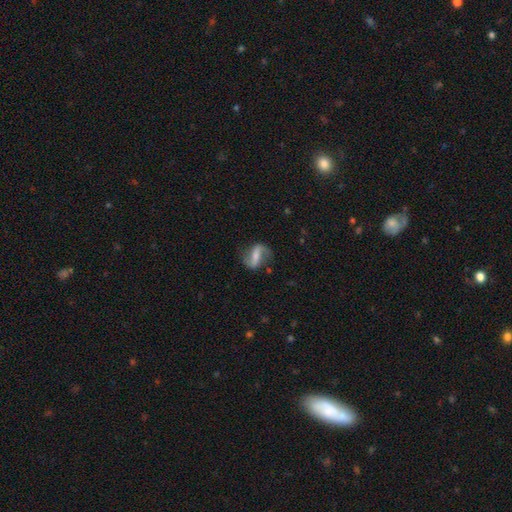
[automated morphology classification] smooth-or-featured: featured or disk: 75% | smooth: 18% | star or artifact: 7%
  disk-edge-on: no: 95% | yes: 5%
    bar: strong: 52% | weak: 32% | no: 16%
    has-spiral-arms: yes: 90% | no: 10%
      spiral-winding: loose: 62% | medium: 28% | tight: 9%
      spiral-arm-count: 2: 88% | 1: 6% | can't tell: 4% | 3: 1% | 4: 1% | more than 4: 1%
    bulge-size: small: 38% | moderate: 32% | none: 22% | large: 6% | dominant: 2%
  merging: none: 73% | minor disturbance: 17% | major disturbance: 9% | merger: 2%